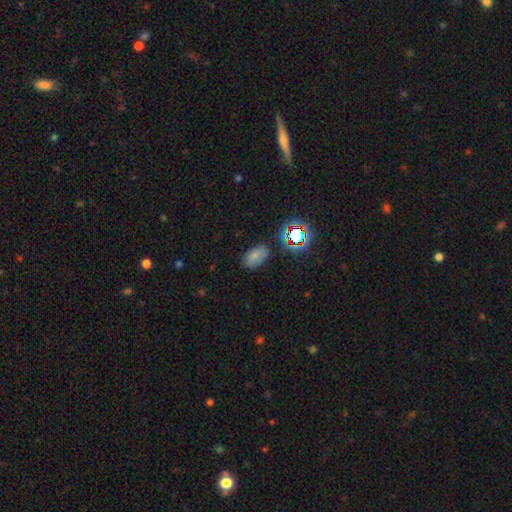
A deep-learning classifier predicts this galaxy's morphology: smooth 68%, star or artifact 21%, featured or disk 11%. Down the decision tree: how rounded — in between (90%); merging — none (76%).